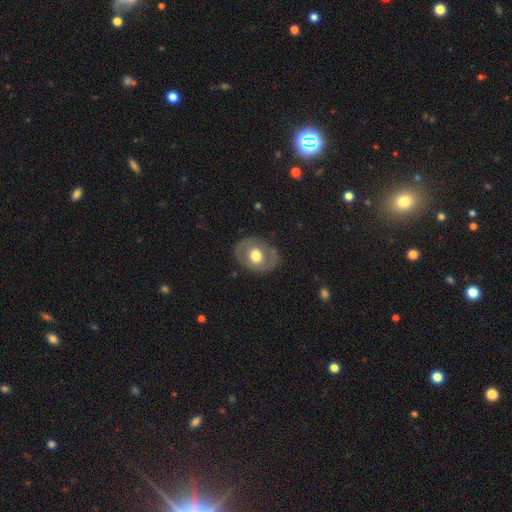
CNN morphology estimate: A smooth galaxy with no disk features (48%). Merging: none (79%).